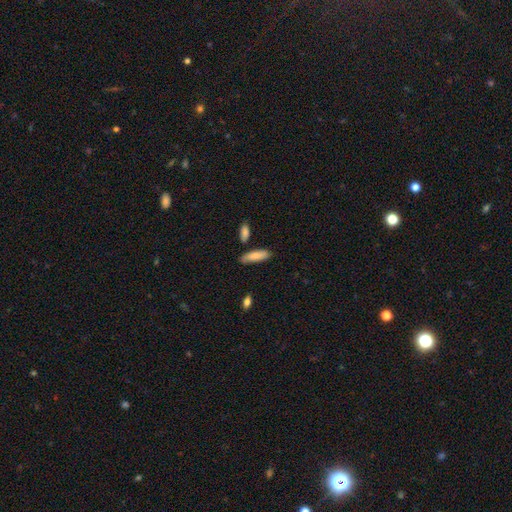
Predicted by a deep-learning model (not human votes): This is clearly a smooth galaxy (83%). How rounded: possibly cigar-shaped (52%). Merging: likely none (76%).